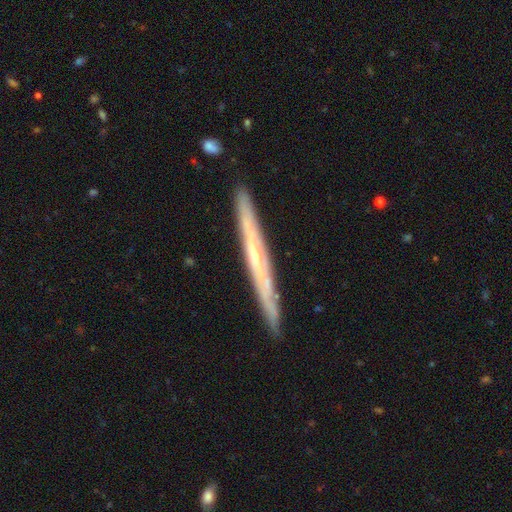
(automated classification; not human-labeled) This appears to be a featured or disk galaxy (72%) viewed edge-on (93%) with no central bulge (58%). Merging: none (89%).